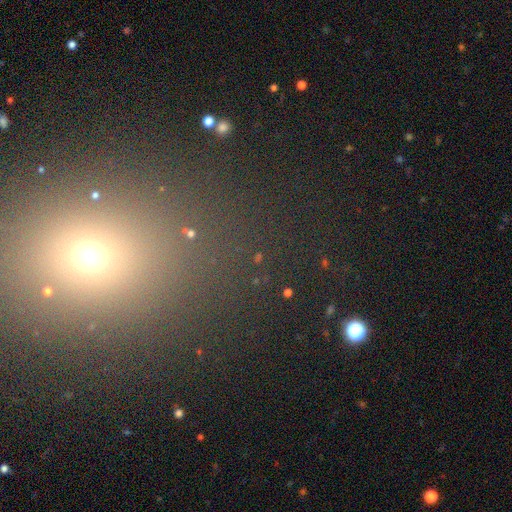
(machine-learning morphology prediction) Overall: star or artifact (53%; smooth 38%).